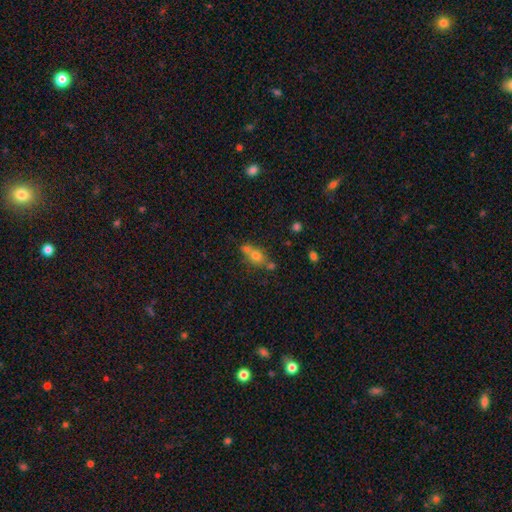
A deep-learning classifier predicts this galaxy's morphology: A smooth galaxy with no disk features (69%) that is in between round and cigar-shaped (48%).

Vote fractions:
- Smooth or featured? smooth: 69% / featured or disk: 17% / star or artifact: 14%
- How rounded? in between: 48% / round: 47% / cigar-shaped: 4%
- Merging? merger: 44% / none: 40% / minor disturbance: 11% / major disturbance: 5%